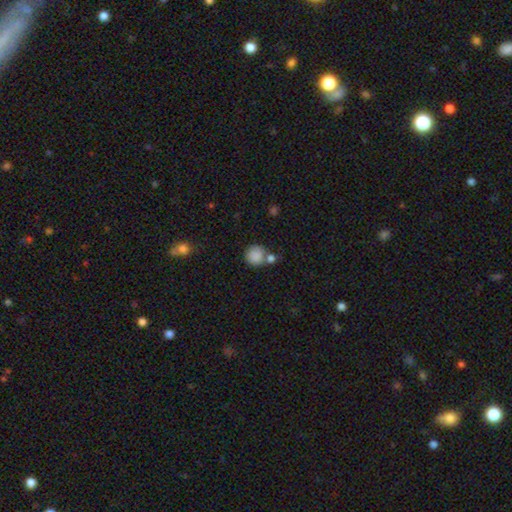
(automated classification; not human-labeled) smooth_or_featured: smooth (p=0.84) [alt: star or artifact p=0.09]
how_rounded: round (p=0.88) [alt: in between p=0.11]
merging: none (p=0.56) [alt: merger p=0.25]